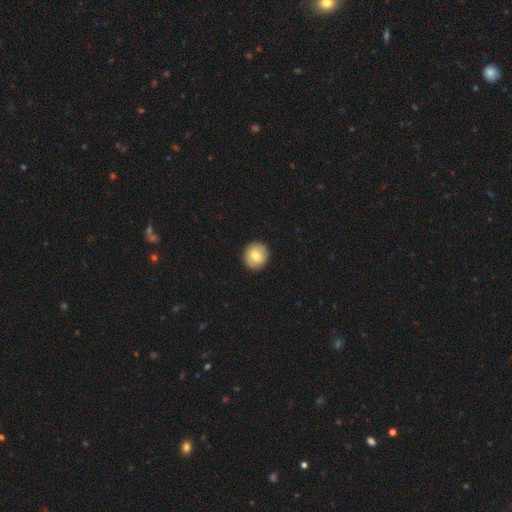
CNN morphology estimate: smooth-or-featured: smooth: 78% | featured or disk: 15% | star or artifact: 7%
  how-rounded: round: 90% | in between: 9% | cigar-shaped: 1%
  merging: none: 91% | minor disturbance: 7% | major disturbance: 2% | merger: 1%